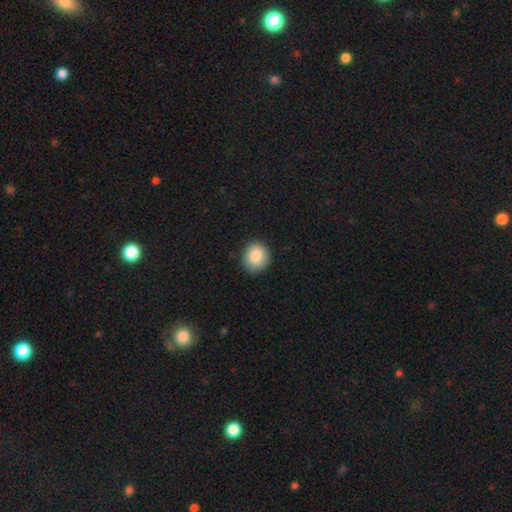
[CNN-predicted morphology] A smooth galaxy with no disk features (85%) that is round (82%).

Vote fractions:
- Smooth or featured? smooth: 85% / featured or disk: 7% / star or artifact: 7%
- How rounded? round: 82% / in between: 17% / cigar-shaped: 1%
- Merging? none: 84% / minor disturbance: 13% / major disturbance: 2% / merger: 1%